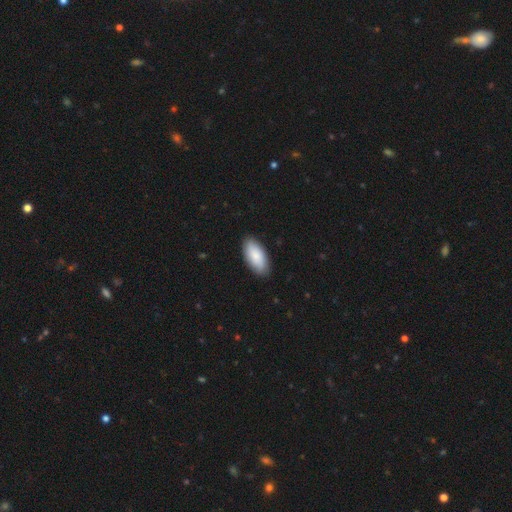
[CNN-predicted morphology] Smooth or featured? smooth (85%)
How rounded? in between (93%)
Merging? none (88%)